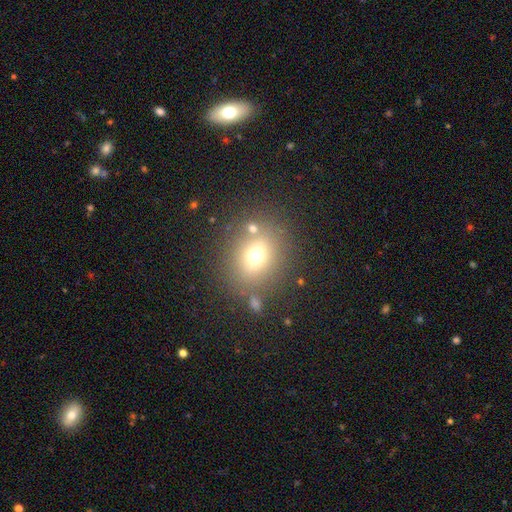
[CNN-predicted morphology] A smooth galaxy with no disk features (67%) that is round (54%). Merging: none (74%).